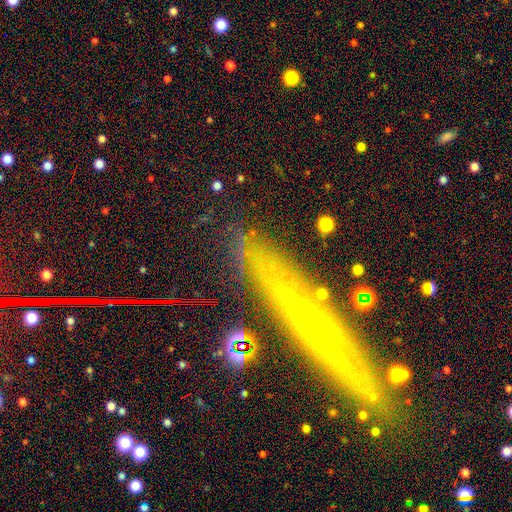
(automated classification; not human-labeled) featured or disk 39%, star or artifact 31%, smooth 30%. Down the decision tree: merging — none (80%).